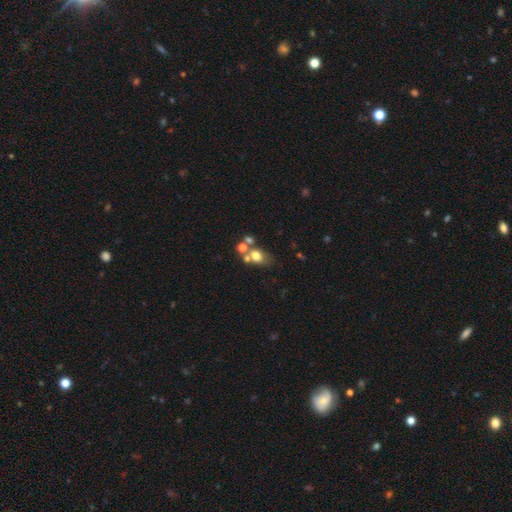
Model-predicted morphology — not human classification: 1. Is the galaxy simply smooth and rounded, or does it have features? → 66% smooth, 19% featured or disk, 14% star or artifact.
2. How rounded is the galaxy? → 54% in between, 44% round, 2% cigar-shaped.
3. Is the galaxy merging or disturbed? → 43% none, 39% merger, 12% minor disturbance, 7% major disturbance.